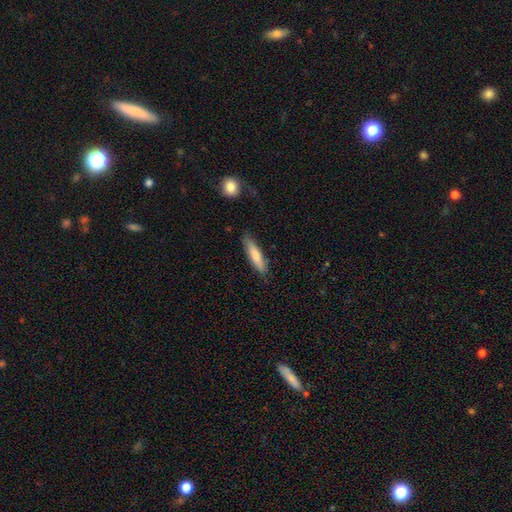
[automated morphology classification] Smooth or featured: smooth — 75% (featured or disk — 19%)
How rounded: cigar-shaped — 79% (in between — 19%)
Merging: none — 83% (minor disturbance — 13%)